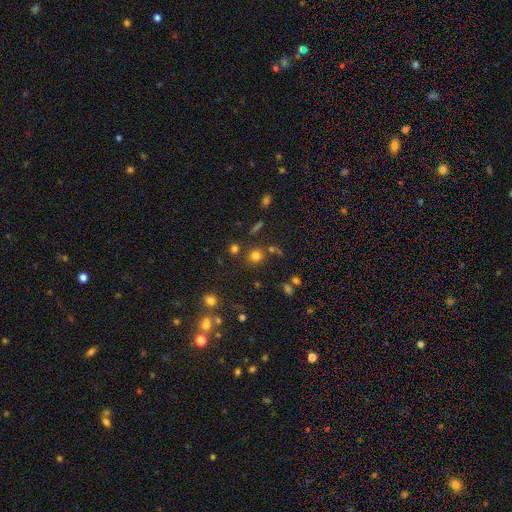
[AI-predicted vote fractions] Smooth or featured? Predicted: smooth (p=0.72). How rounded? Predicted: round (p=0.88). Merging? Predicted: none (p=0.75).